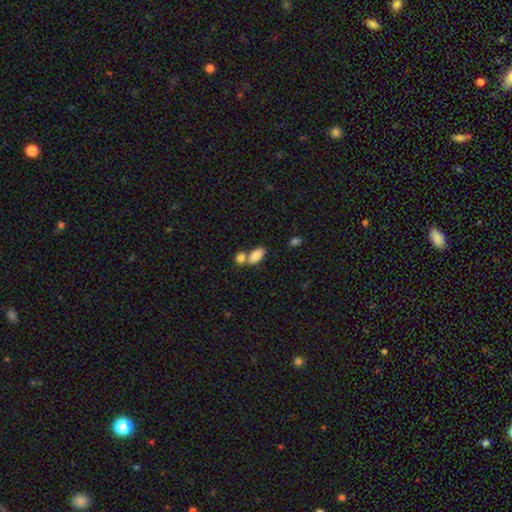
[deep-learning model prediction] Morphology: type=smooth (84%); roundness=in between (91%); merging=merger (48%).